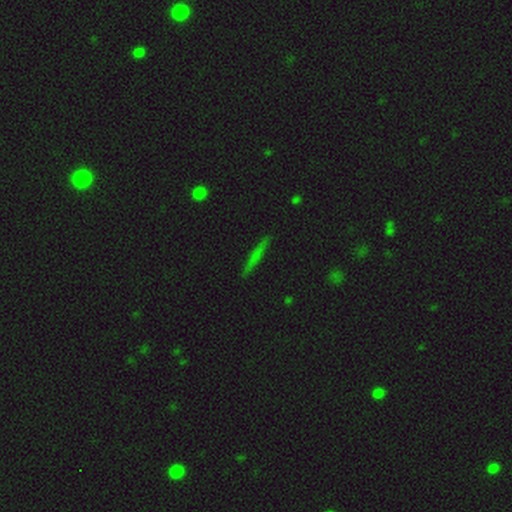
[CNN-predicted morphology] This appears to be a smooth galaxy with no disk features (49%). Merging: none (89%).